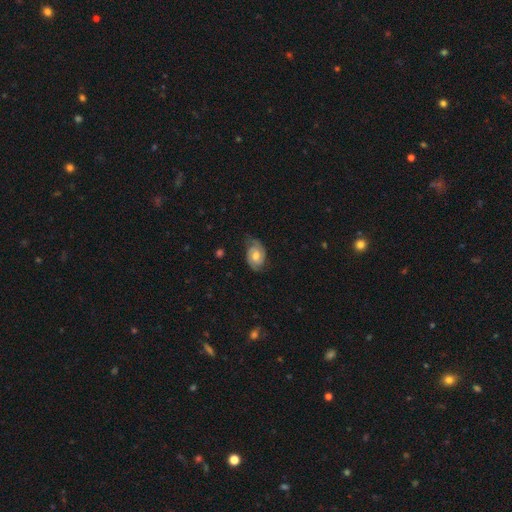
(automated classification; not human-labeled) smooth-or-featured: featured or disk: 71% | smooth: 22% | star or artifact: 7%
  disk-edge-on: no: 97% | yes: 3%
    bar: no: 62% | weak: 32% | strong: 6%
    has-spiral-arms: yes: 92% | no: 8%
      spiral-winding: tight: 47% | medium: 39% | loose: 14%
      spiral-arm-count: 2: 82% | can't tell: 9% | 1: 4% | 3: 2% | 4: 1% | more than 4: 1%
    bulge-size: moderate: 67% | small: 17% | large: 12% | none: 3% | dominant: 1%
  merging: none: 66% | minor disturbance: 24% | major disturbance: 9% | merger: 1%